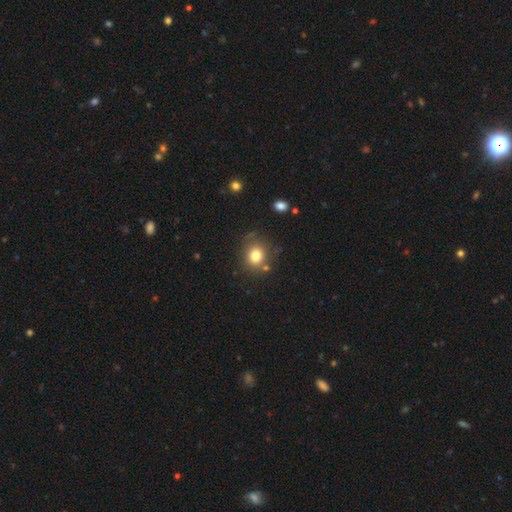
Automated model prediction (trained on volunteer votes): smooth-or-featured: smooth: 80% | star or artifact: 12% | featured or disk: 9%
  how-rounded: round: 72% | in between: 27% | cigar-shaped: 1%
  merging: none: 77% | minor disturbance: 13% | merger: 6% | major disturbance: 4%